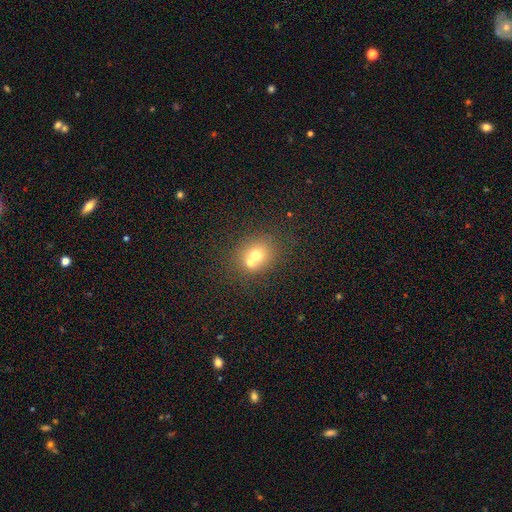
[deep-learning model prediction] smooth_or_featured: smooth (p=0.67) [alt: featured or disk p=0.19]
how_rounded: round (p=0.73) [alt: in between p=0.26]
merging: merger (p=0.48) [alt: none p=0.42]